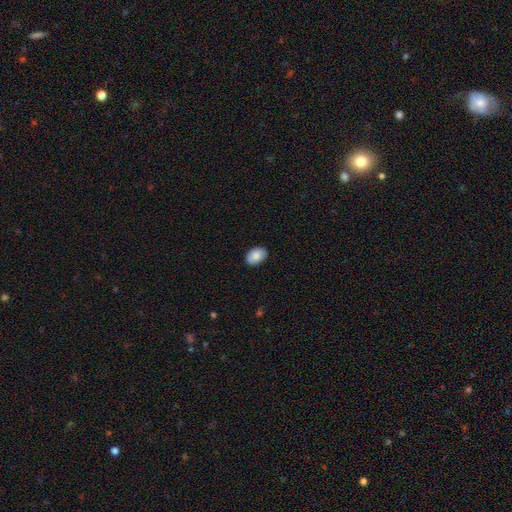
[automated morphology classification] The model was most divided on "how rounded": in between: 82%, round: 17%, cigar-shaped: 1%. More confident: merging — none (88%); smooth or featured — smooth (86%).